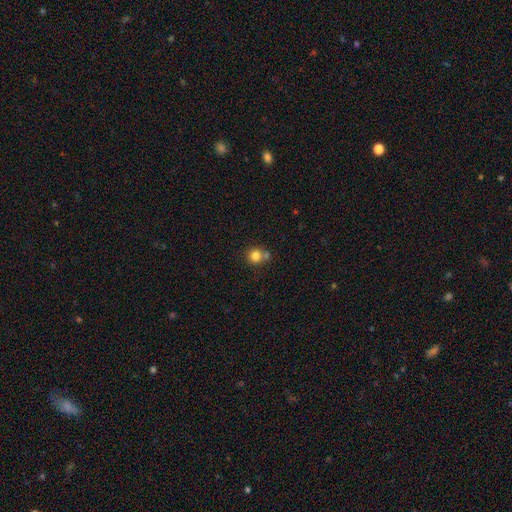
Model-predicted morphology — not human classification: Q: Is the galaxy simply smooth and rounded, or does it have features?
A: smooth — 80%.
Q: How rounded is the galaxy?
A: round — 90%.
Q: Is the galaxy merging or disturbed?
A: none — 57%.